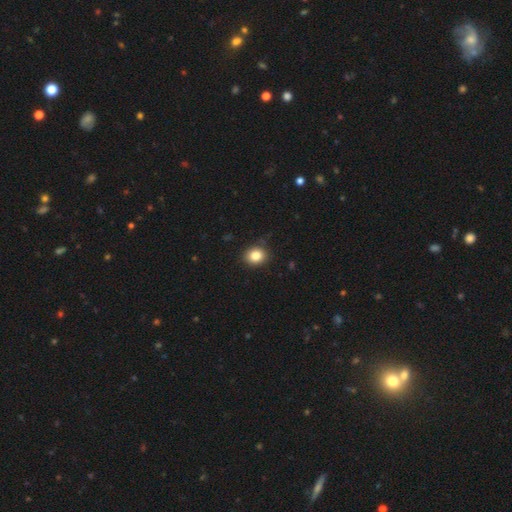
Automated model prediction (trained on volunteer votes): smooth 84%, star or artifact 10%, featured or disk 6%. Down the decision tree: how rounded — round (66%); merging — none (86%).